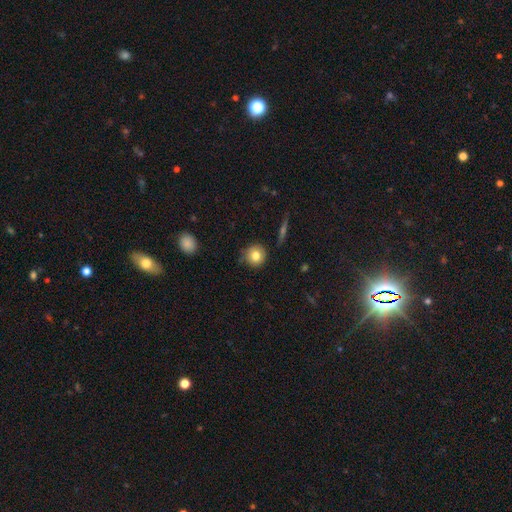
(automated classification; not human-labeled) smooth_or_featured: smooth (p=0.80) [alt: featured or disk p=0.11]
how_rounded: round (p=0.92) [alt: in between p=0.07]
merging: none (p=0.81) [alt: minor disturbance p=0.14]